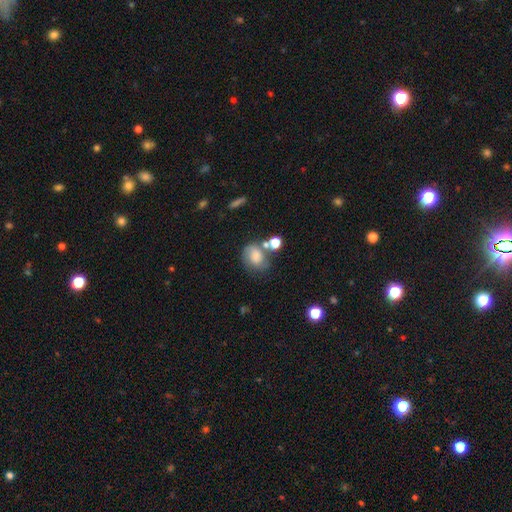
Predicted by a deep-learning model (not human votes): Smooth or featured: smooth — 64% (featured or disk — 24%)
How rounded: in between — 53% (round — 46%)
Merging: none — 42% (merger — 22%)